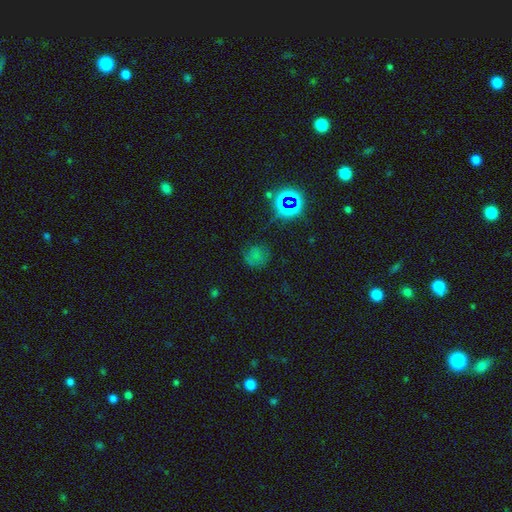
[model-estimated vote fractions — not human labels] A smooth galaxy with no disk features (55%) that is round (87%).

Vote fractions:
- Smooth or featured? smooth: 55% / star or artifact: 35% / featured or disk: 10%
- How rounded? round: 87% / in between: 12% / cigar-shaped: 1%
- Merging? none: 70% / minor disturbance: 18% / major disturbance: 9% / merger: 2%